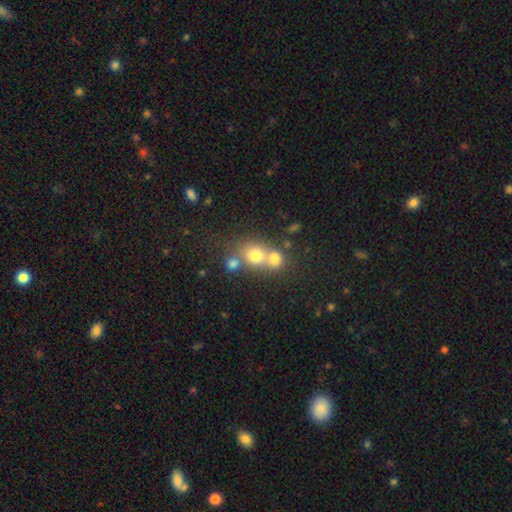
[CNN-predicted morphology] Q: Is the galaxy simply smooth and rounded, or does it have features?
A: smooth — 70%.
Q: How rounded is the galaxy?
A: round — 77%.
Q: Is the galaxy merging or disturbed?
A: merger — 57%.